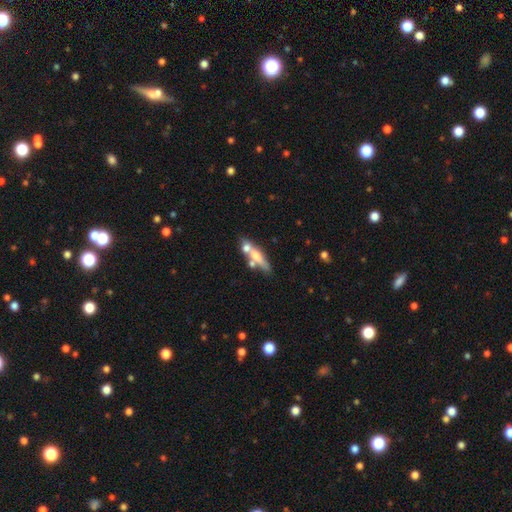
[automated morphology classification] A smooth galaxy with no disk features (51%) that is cigar-shaped (69%).

Vote fractions:
- Smooth or featured? smooth: 51% / featured or disk: 41% / star or artifact: 8%
- How rounded? cigar-shaped: 69% / in between: 26% / round: 5%
- Merging? none: 43% / merger: 34% / minor disturbance: 15% / major disturbance: 8%